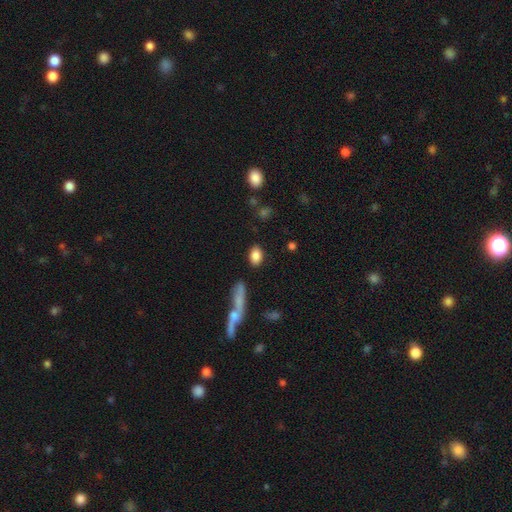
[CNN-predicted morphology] The model was most divided on "how rounded": in between: 85%, round: 12%, cigar-shaped: 3%. More confident: smooth or featured — smooth (85%); merging — none (84%).